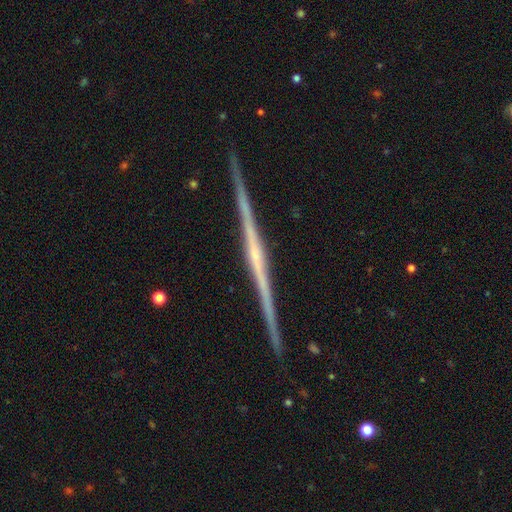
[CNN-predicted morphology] Smooth or featured? featured or disk (86%)
Edge-on disk? yes (99%)
Edge-on bulge? none (50%)
Merging? none (92%)